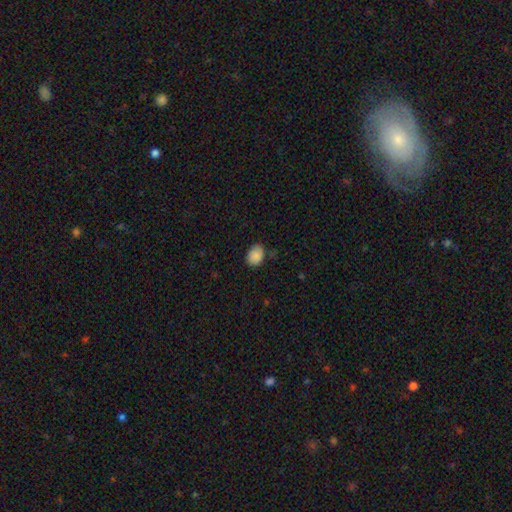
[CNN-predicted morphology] type=smooth (88%); roundness=in between (61%); merging=none (75%).